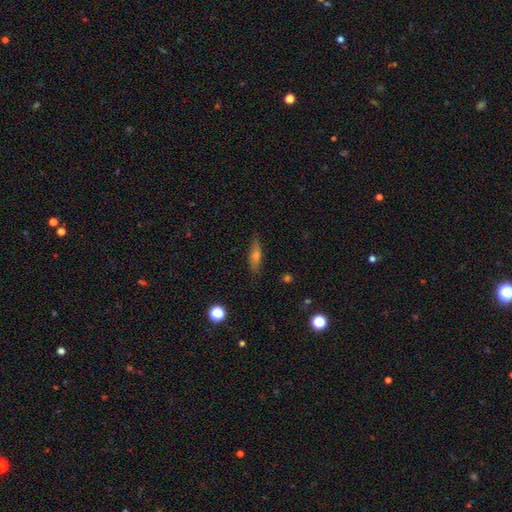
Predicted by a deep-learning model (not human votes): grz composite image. It shows a smooth galaxy with no disk features (50%) that is cigar-shaped (62%). Merging: none (85%).